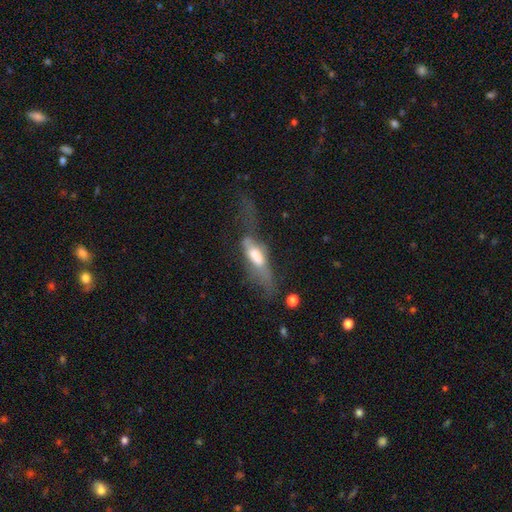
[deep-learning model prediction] A featured or disk galaxy (47%).

Vote fractions:
- Smooth or featured? featured or disk: 47% / smooth: 43% / star or artifact: 9%
- Merging? major disturbance: 45% / none: 27% / minor disturbance: 21% / merger: 7%